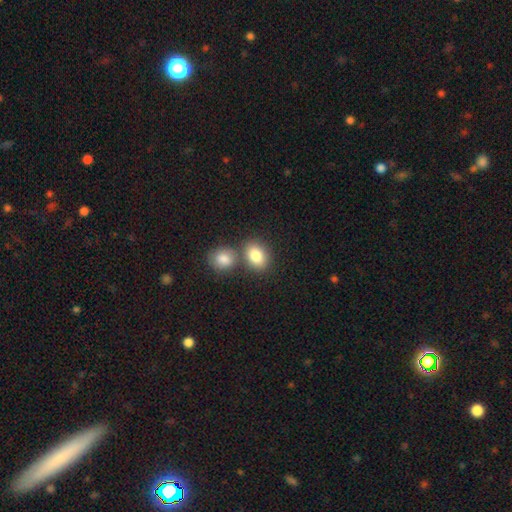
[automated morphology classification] This appears to be a smooth galaxy with no disk features (84%) that is in between round and cigar-shaped (64%). Merging: none (56%).